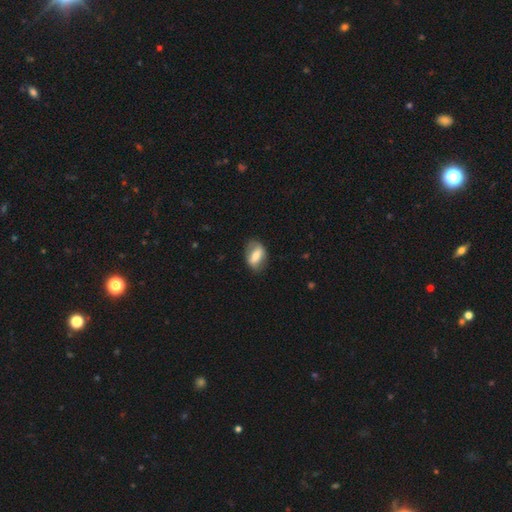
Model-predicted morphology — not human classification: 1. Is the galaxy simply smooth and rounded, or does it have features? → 58% smooth, 35% featured or disk, 7% star or artifact.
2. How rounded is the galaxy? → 83% in between, 12% round, 5% cigar-shaped.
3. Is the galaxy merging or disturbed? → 78% none, 15% minor disturbance, 6% major disturbance, 1% merger.